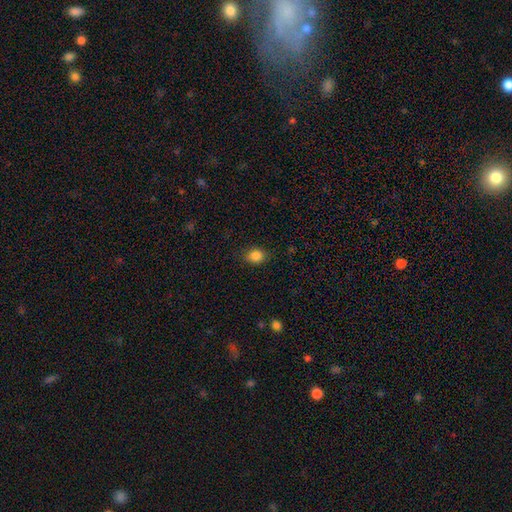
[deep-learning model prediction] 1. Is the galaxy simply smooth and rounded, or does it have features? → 85% smooth, 11% star or artifact, 4% featured or disk.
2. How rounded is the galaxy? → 52% round, 47% in between, 1% cigar-shaped.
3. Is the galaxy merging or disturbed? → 85% none, 11% minor disturbance, 3% major disturbance, 1% merger.